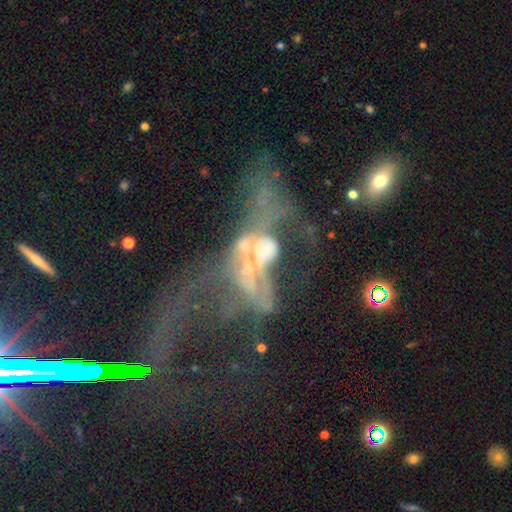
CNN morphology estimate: featured or disk 65%, star or artifact 19%, smooth 17%. Down the decision tree: edge-on disk — no (90%); bar — no (79%); spiral arms — no (74%); bulge size — small (31%); merging — merger (43%, tied with major disturbance).